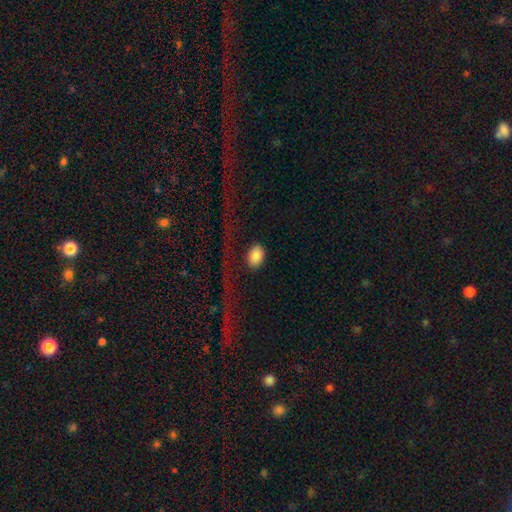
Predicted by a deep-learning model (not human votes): smooth-or-featured: smooth: 85% | star or artifact: 9% | featured or disk: 6%
  how-rounded: in between: 82% | round: 16% | cigar-shaped: 2%
  merging: none: 73% | minor disturbance: 12% | major disturbance: 11% | merger: 4%